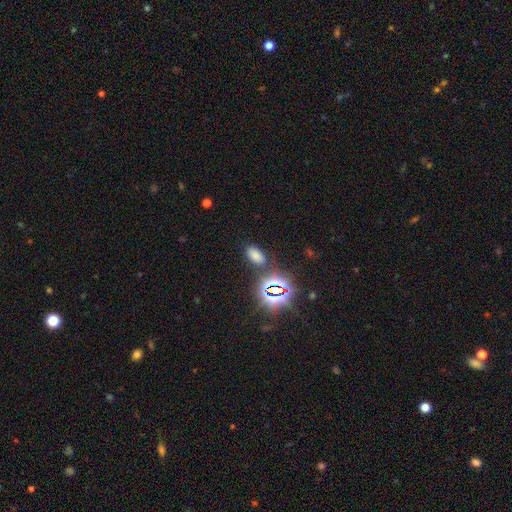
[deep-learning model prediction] A smooth galaxy with no disk features (63%) that is in between round and cigar-shaped (91%). Merging: none (82%).